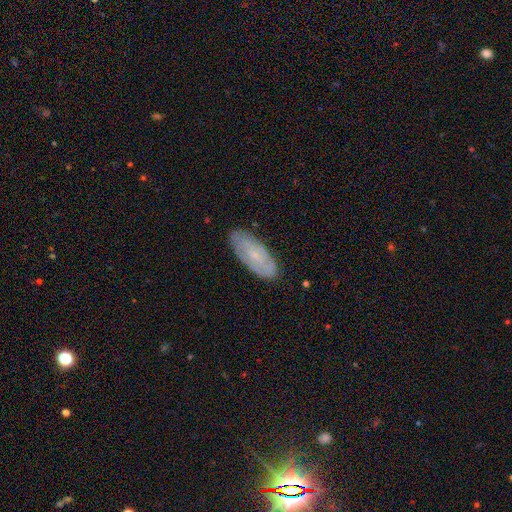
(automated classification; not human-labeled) The model was most divided on "bar": no: 61%, weak: 32%, strong: 7%. More confident: edge-on disk — no (90%); merging — none (82%); spiral arms — yes (81%); bulge size — small (78%); smooth or featured — featured or disk (63%).